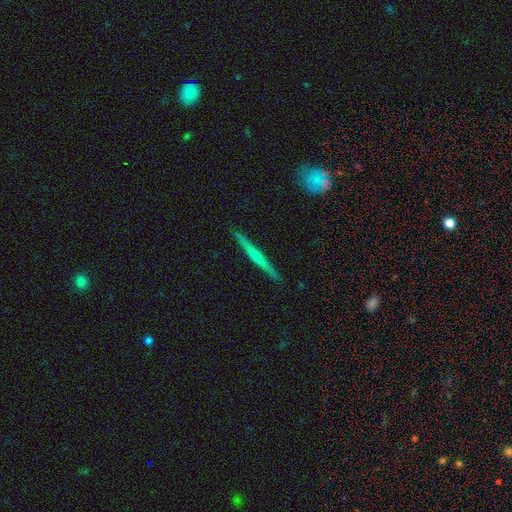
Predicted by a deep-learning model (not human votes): Smooth or featured: featured or disk — 59% (smooth — 36%)
Edge-on disk: yes — 98% (no — 2%)
Edge-on bulge: none — 54% (rounded — 37%)
Merging: none — 91% (minor disturbance — 6%)